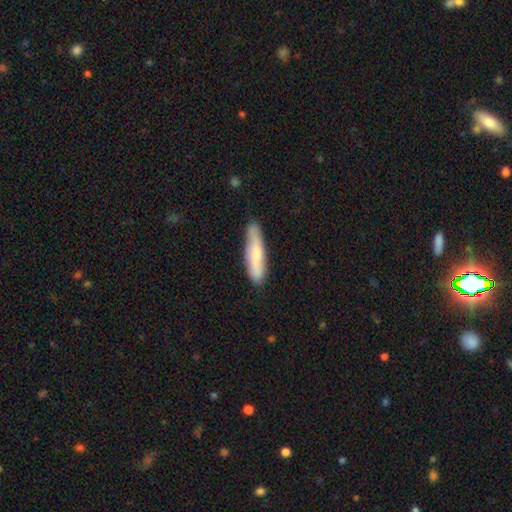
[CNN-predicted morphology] Overall: smooth (67%). How rounded: cigar-shaped (78%). Merging: none (83%).